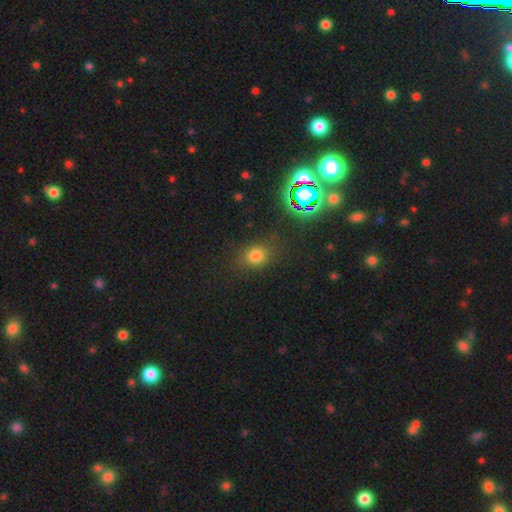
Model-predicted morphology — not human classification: Smooth or featured? smooth (72%)
How rounded? round (55%)
Merging? none (78%)